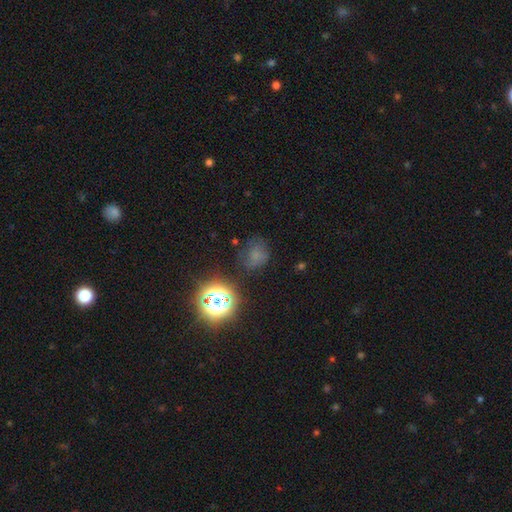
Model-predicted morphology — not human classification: Smooth or featured? smooth (52%)
How rounded? round (73%)
Merging? none (64%)